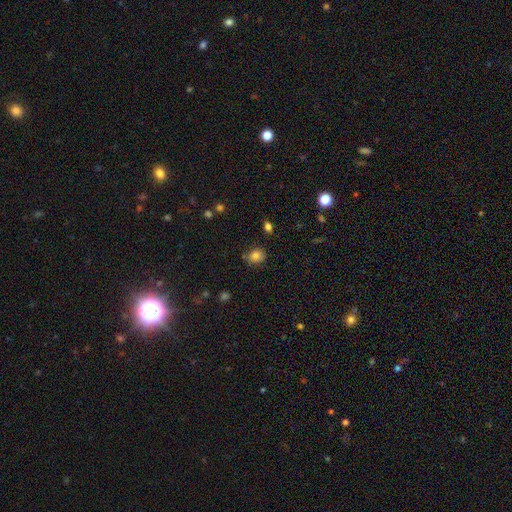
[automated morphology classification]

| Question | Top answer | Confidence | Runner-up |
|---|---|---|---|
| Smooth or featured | smooth | 82% | star or artifact (12%) |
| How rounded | round | 63% | in between (36%) |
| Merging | none | 79% | minor disturbance (15%) |